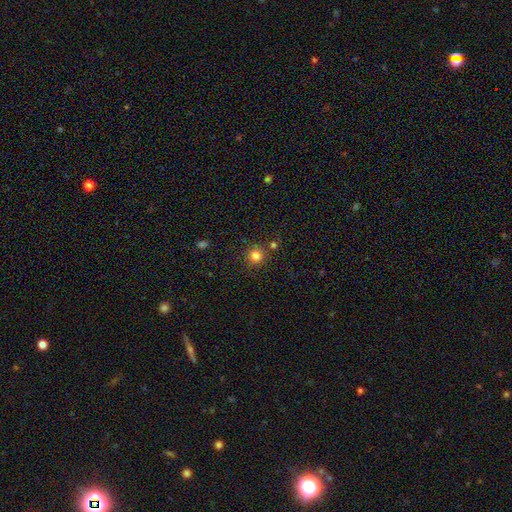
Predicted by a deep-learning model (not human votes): This is clearly a smooth galaxy (81%). How rounded: clearly round (93%). Merging: clearly none (82%).